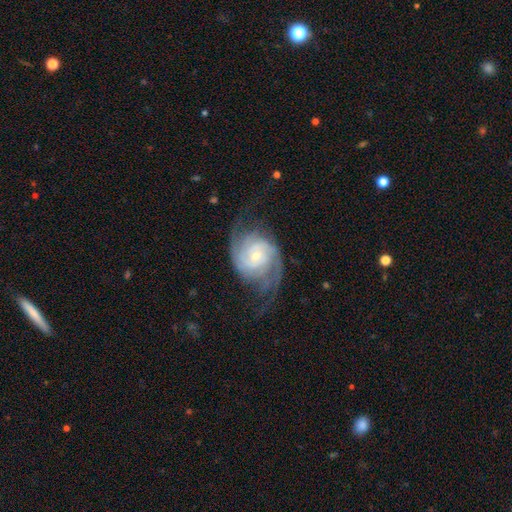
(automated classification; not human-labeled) This is clearly a featured or disk galaxy (87%). It is clearly not viewed edge-on (97%). Bar: likely no (62%). Spiral arm pattern: clearly yes (97%). Spiral arm count: likely 2 (65%). Spiral winding: marginally medium (43%). Central bulge: likely small (67%). Merging: likely none (66%).